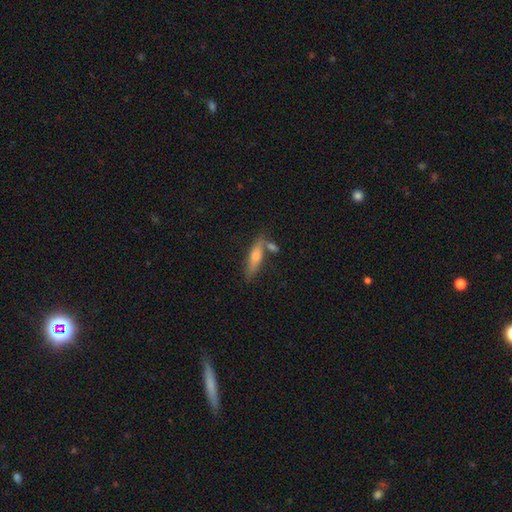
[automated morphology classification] The model was most divided on "smooth or featured": smooth: 53%, featured or disk: 38%, star or artifact: 9%. More confident: how rounded — cigar-shaped (72%); merging — none (63%).